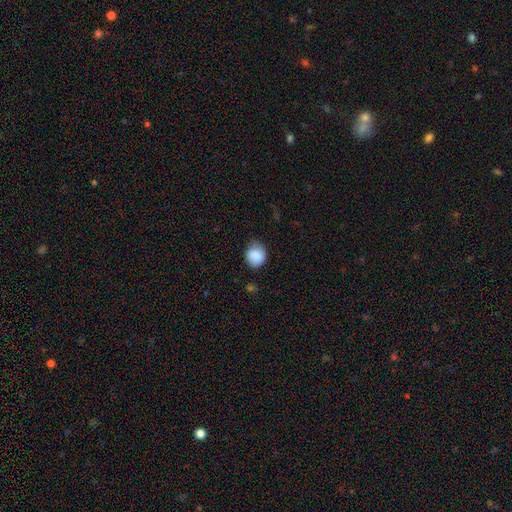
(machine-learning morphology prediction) smooth_or_featured: smooth (p=0.87) [alt: star or artifact p=0.08]
how_rounded: round (p=0.75) [alt: in between p=0.24]
merging: none (p=0.69) [alt: minor disturbance p=0.24]